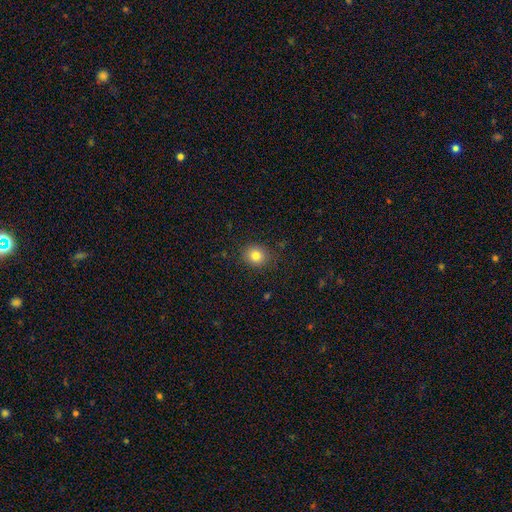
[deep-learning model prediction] smooth_or_featured: smooth (p=0.81) [alt: star or artifact p=0.12]
how_rounded: round (p=0.78) [alt: in between p=0.21]
merging: none (p=0.87) [alt: minor disturbance p=0.09]